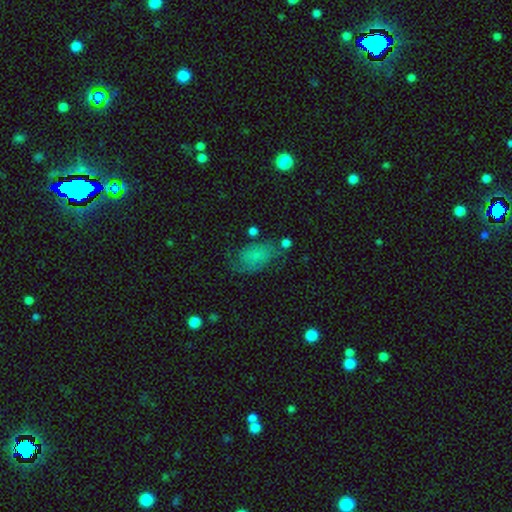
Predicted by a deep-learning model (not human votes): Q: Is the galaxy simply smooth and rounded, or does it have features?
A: smooth — 65%.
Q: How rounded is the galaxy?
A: in between — 87%.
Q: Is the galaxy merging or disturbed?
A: none — 50%.